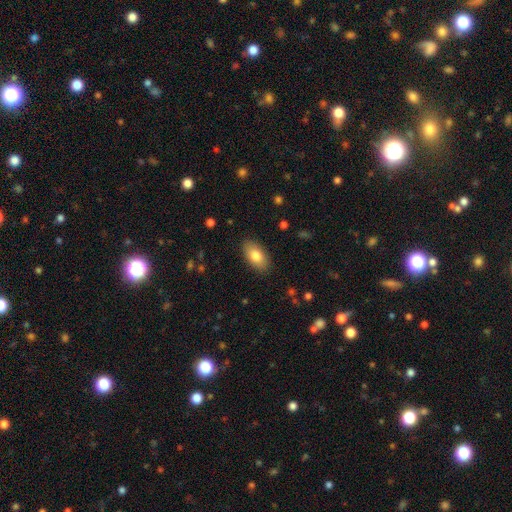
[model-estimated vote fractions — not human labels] smooth 80%, featured or disk 13%, star or artifact 7%. Down the decision tree: how rounded — in between (93%); merging — none (88%).